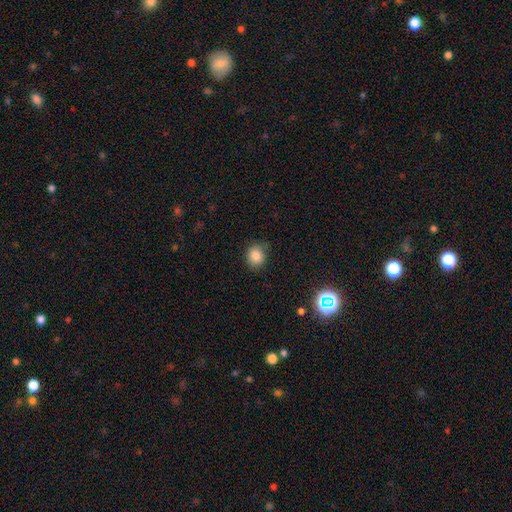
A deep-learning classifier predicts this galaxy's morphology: Smooth or featured? smooth (84%)
How rounded? round (73%)
Merging? none (81%)